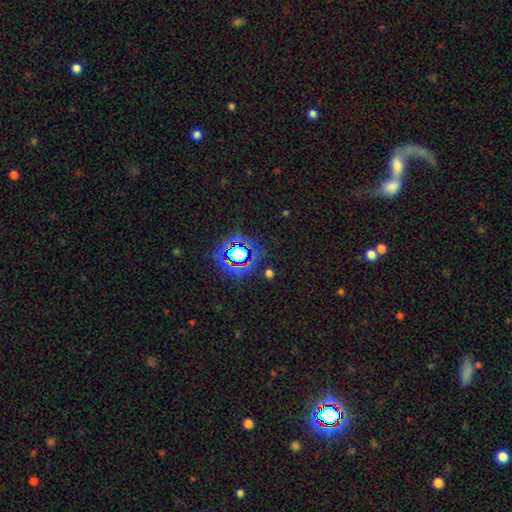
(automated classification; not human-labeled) This is possibly a star or artifact rather than a galaxy (55%).